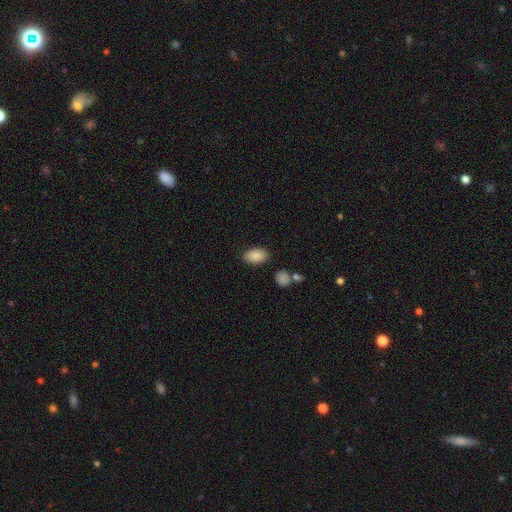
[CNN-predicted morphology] This is clearly a smooth galaxy (88%). How rounded: clearly in between (92%). Merging: clearly none (84%).